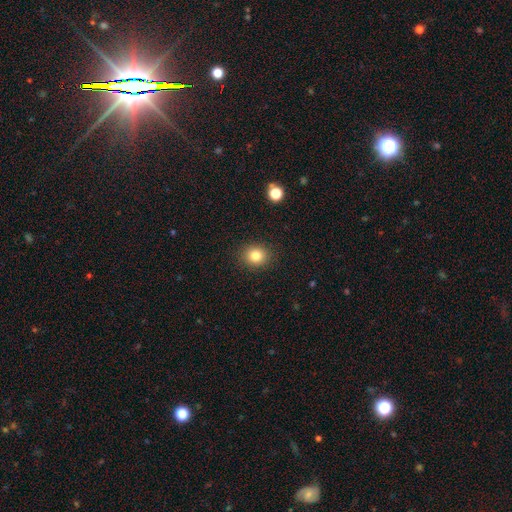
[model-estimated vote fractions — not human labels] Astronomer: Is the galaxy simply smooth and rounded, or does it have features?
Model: smooth — 82%.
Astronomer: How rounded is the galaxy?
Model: round — 72%.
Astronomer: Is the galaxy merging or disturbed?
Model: none — 89%.